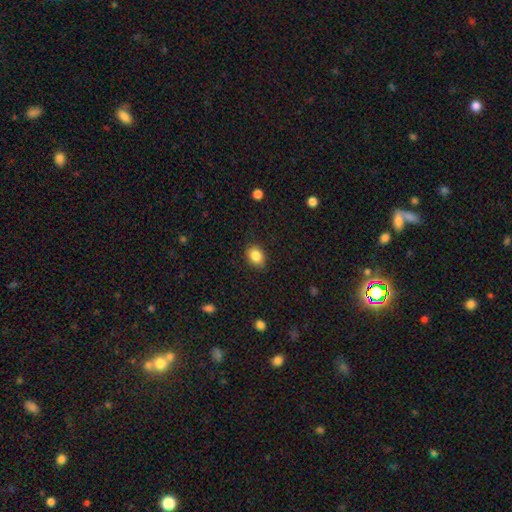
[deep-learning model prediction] Overall: smooth (86%). How rounded: in between (66%; round 33%). Merging: none (86%).